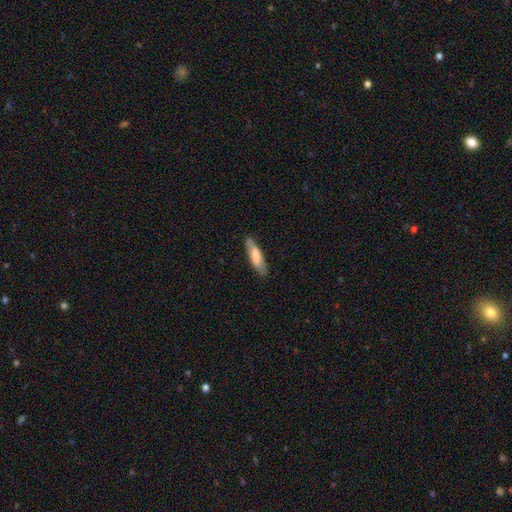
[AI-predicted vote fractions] A smooth galaxy with no disk features (69%) that is cigar-shaped (59%). Merging: none (81%).